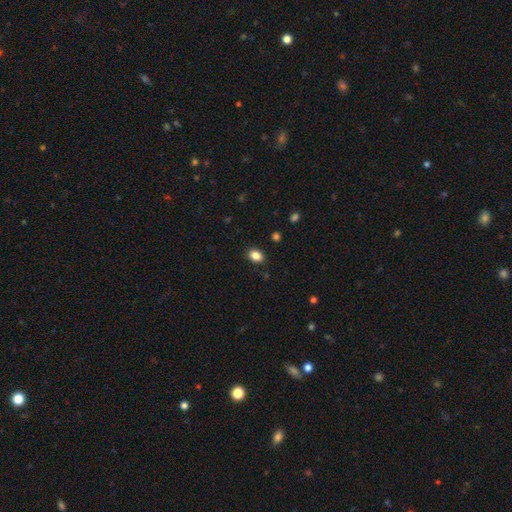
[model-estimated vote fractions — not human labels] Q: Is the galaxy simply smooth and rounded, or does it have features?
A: smooth — 86%.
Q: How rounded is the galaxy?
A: in between — 72%.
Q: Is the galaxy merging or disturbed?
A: none — 88%.